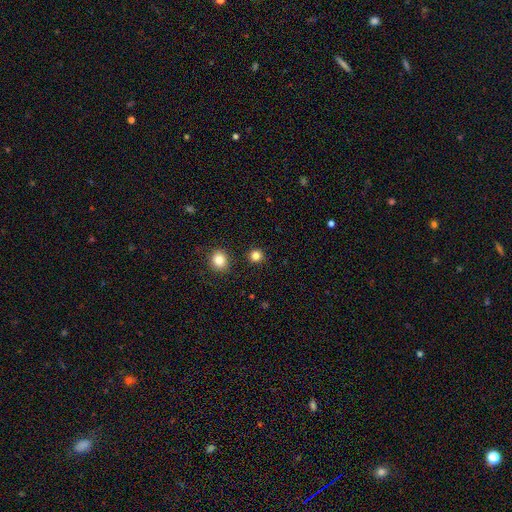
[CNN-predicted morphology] Smooth or featured?
  - smooth: 83% *
  - star or artifact: 13%
  - featured or disk: 4%
How rounded?
  - round: 92% *
  - in between: 7%
  - cigar-shaped: 1%
Merging?
  - none: 90% *
  - minor disturbance: 5%
  - merger: 3%
  - major disturbance: 2%